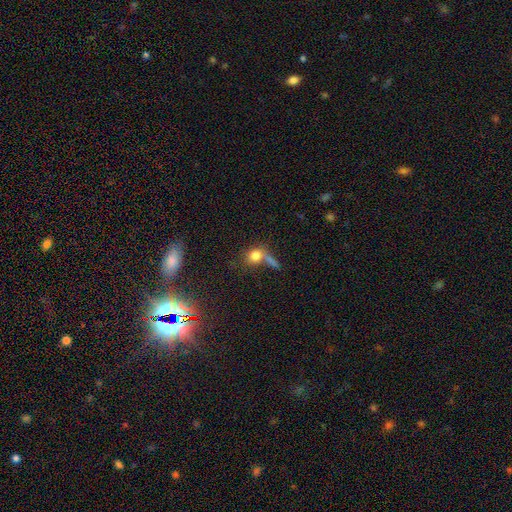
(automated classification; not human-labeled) Smooth or featured? smooth (76%)
How rounded? round (61%)
Merging? none (41%)